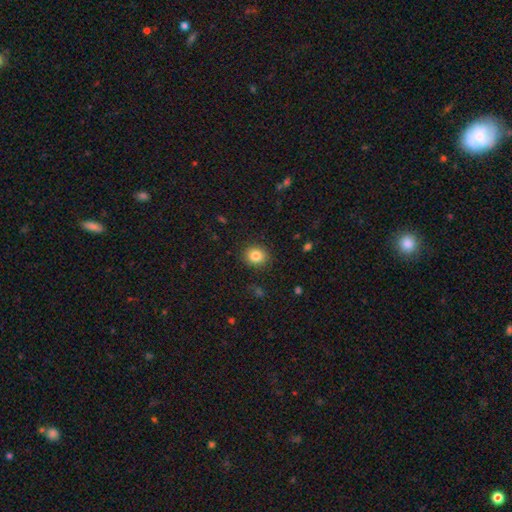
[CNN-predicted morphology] Q: Smooth or featured?
A: smooth (84%); runner-up: star or artifact (10%)
Q: How rounded?
A: round (79%); runner-up: in between (20%)
Q: Merging?
A: none (89%); runner-up: minor disturbance (8%)